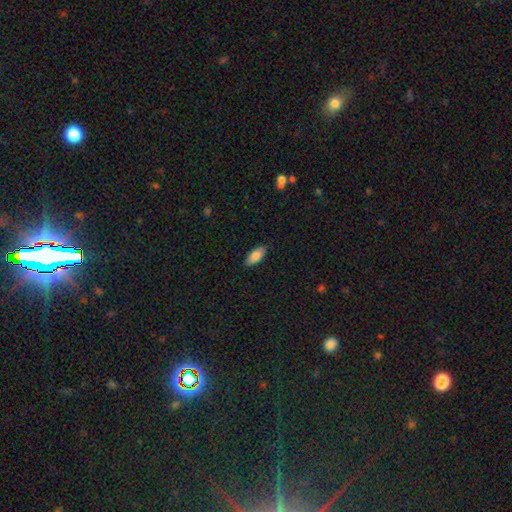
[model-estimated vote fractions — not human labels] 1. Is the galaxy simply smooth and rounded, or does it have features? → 85% smooth, 9% featured or disk, 6% star or artifact.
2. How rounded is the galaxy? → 86% in between, 12% cigar-shaped, 2% round.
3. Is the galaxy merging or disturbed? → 88% none, 10% minor disturbance, 2% major disturbance, 1% merger.